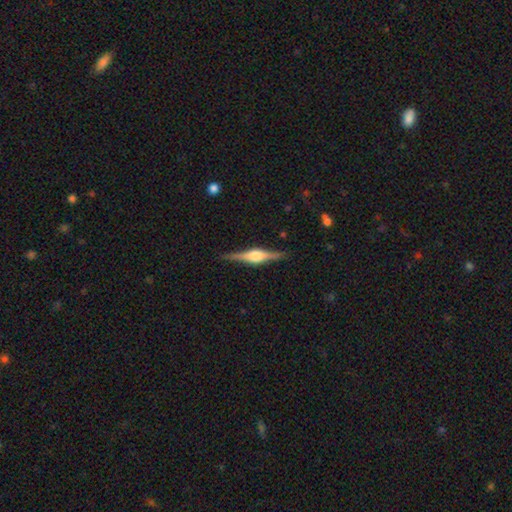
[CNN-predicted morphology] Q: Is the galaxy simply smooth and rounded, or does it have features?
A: featured or disk — 83%.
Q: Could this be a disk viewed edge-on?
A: yes — 98%.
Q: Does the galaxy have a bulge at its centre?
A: rounded — 85%.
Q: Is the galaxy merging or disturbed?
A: none — 90%.